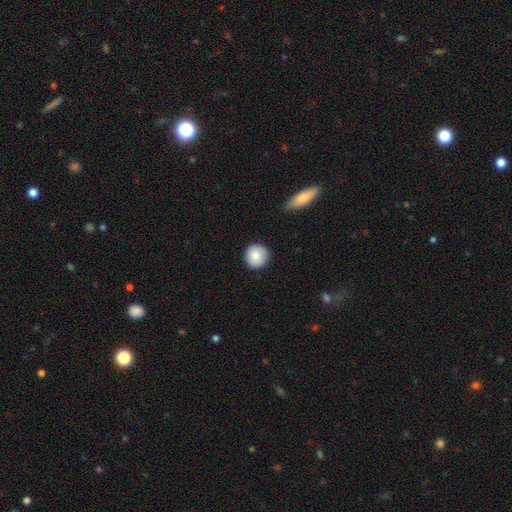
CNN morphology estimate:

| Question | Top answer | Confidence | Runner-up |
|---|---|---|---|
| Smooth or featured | smooth | 79% | featured or disk (14%) |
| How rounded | round | 93% | in between (6%) |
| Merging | none | 85% | minor disturbance (11%) |